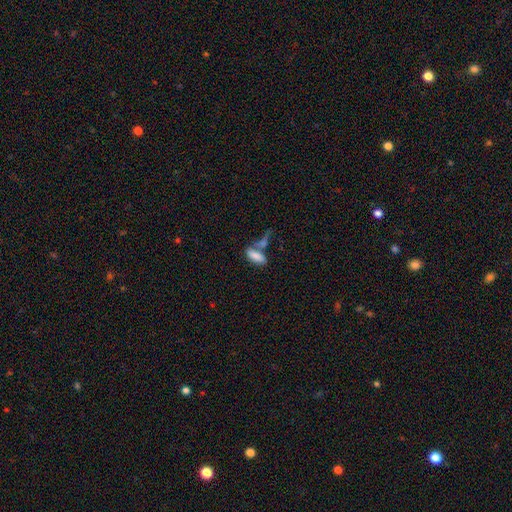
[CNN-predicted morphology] smooth 81%, featured or disk 11%, star or artifact 8%. Down the decision tree: how rounded — in between (74%); merging — merger (40%, tied with none).